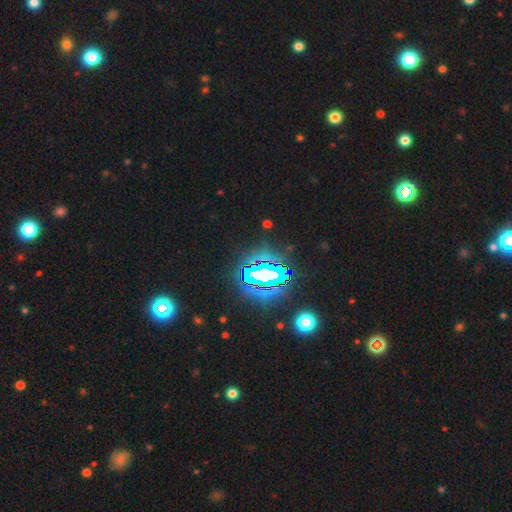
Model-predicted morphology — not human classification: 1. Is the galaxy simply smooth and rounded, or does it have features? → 82% star or artifact, 10% smooth, 8% featured or disk.